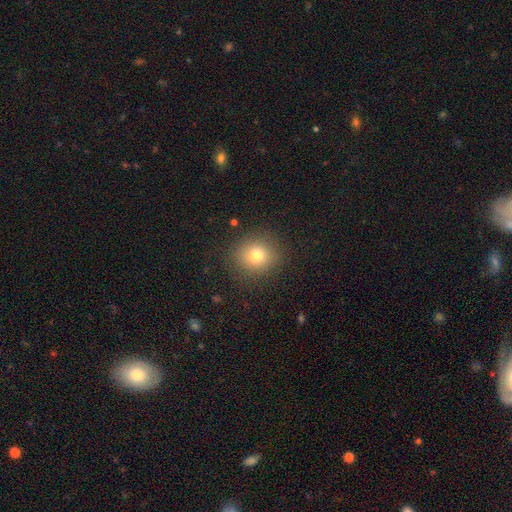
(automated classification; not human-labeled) This appears to be a smooth galaxy with no disk features (76%) that is round (87%). Merging: none (87%).